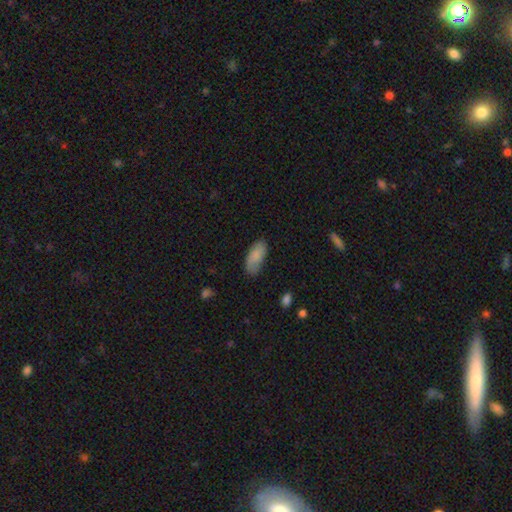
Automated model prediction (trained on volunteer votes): Smooth or featured? smooth (80%)
How rounded? in between (87%)
Merging? none (74%)